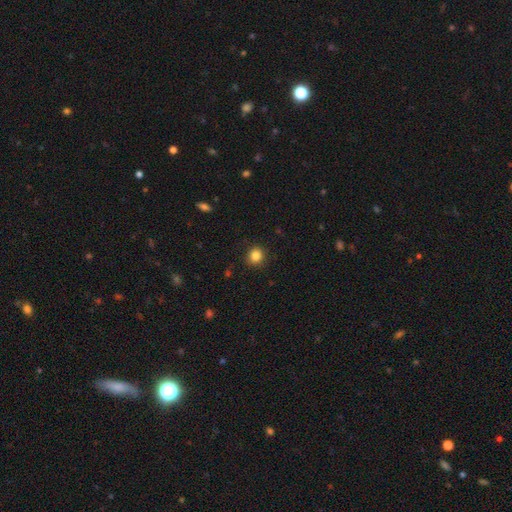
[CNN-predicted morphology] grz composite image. It shows a smooth galaxy with no disk features (85%) that is round (88%). Merging: none (90%).